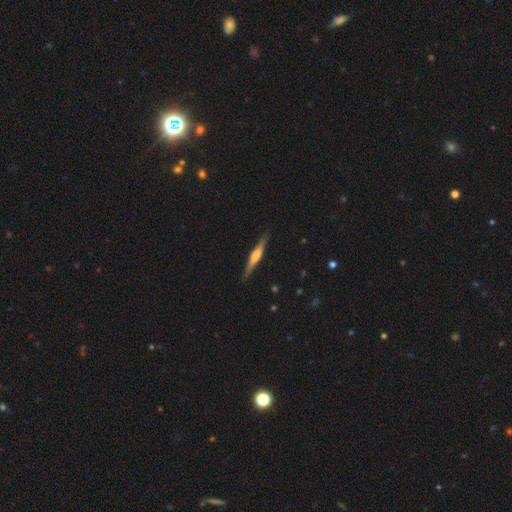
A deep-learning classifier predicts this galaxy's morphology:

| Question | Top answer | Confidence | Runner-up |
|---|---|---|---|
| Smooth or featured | featured or disk | 56% | smooth (38%) |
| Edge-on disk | yes | 97% | no (3%) |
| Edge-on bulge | rounded | 58% | boxy (25%) |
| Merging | none | 88% | minor disturbance (9%) |